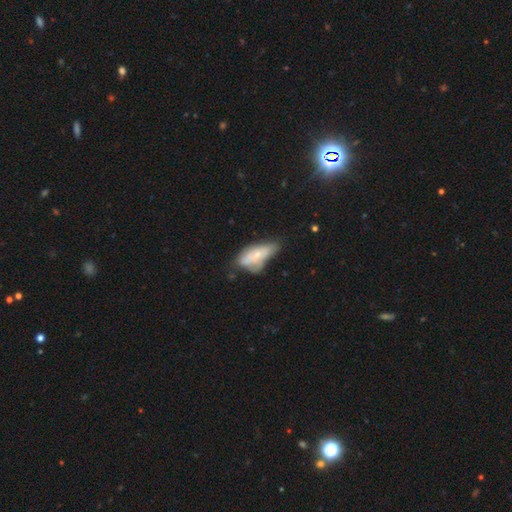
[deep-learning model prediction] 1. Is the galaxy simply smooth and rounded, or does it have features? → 58% smooth, 34% featured or disk, 8% star or artifact.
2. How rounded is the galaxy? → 82% in between, 15% cigar-shaped, 3% round.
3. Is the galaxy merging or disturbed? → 34% minor disturbance, 33% none, 21% major disturbance, 12% merger.